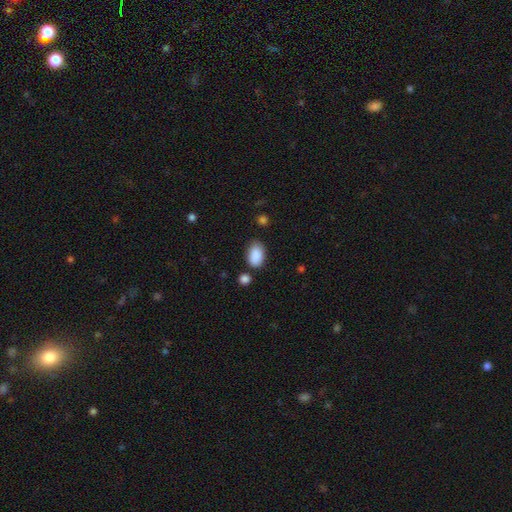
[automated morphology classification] This appears to be a smooth galaxy with no disk features (89%) that is in between round and cigar-shaped (90%). Merging: none (73%).